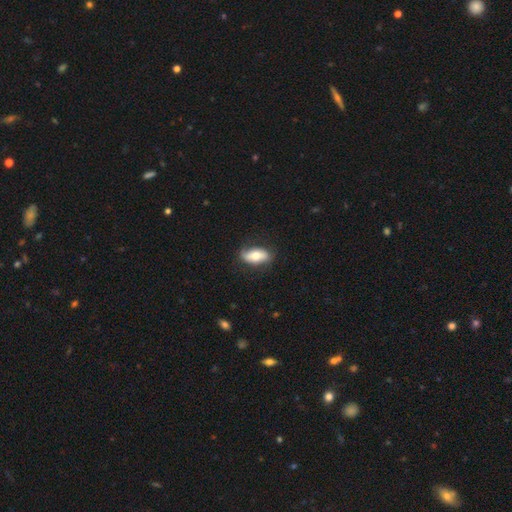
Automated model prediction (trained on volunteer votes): Q: Smooth or featured?
A: smooth (64%); runner-up: featured or disk (30%)
Q: How rounded?
A: in between (87%); runner-up: cigar-shaped (9%)
Q: Merging?
A: none (79%); runner-up: minor disturbance (16%)